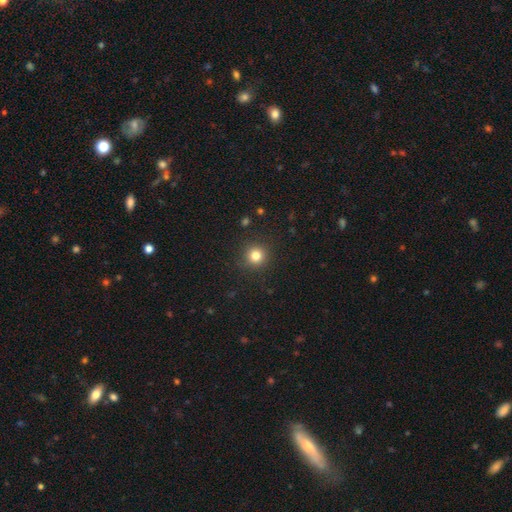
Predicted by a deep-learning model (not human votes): Smooth or featured: smooth — 81% (star or artifact — 14%)
How rounded: round — 94% (in between — 5%)
Merging: none — 91% (minor disturbance — 6%)